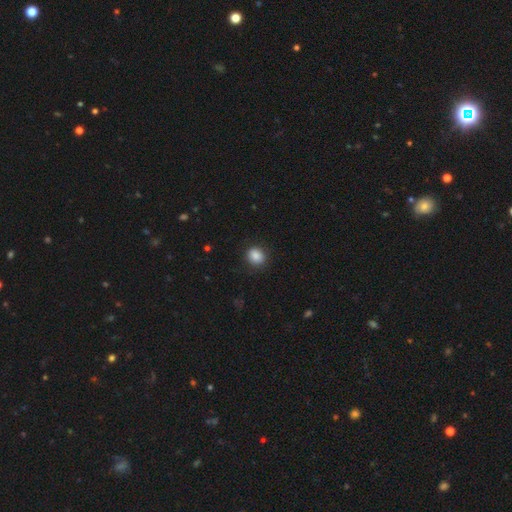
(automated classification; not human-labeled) Morphology: type=smooth (87%); roundness=round (65%); merging=none (87%).